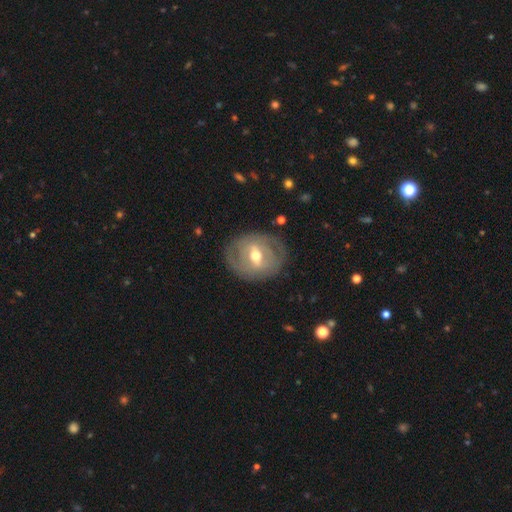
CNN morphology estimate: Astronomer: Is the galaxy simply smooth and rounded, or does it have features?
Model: featured or disk — 72%.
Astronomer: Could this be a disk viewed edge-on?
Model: no — 94%.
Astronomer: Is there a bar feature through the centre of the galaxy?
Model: weak — 47% (runner-up: strong, 36%).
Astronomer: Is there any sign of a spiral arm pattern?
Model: yes — 66%.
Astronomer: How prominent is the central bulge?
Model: moderate — 73%.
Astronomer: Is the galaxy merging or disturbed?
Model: none — 78%.